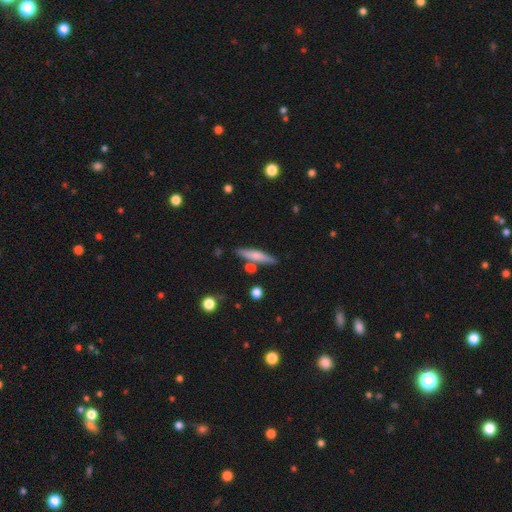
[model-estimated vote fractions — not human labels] A smooth galaxy with no disk features (61%) that is cigar-shaped (87%). Merging: none (77%).